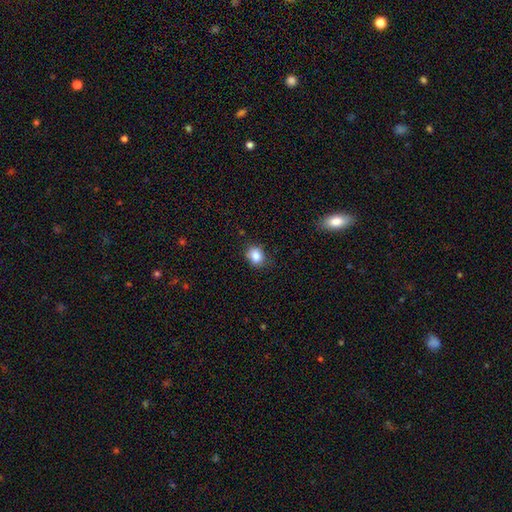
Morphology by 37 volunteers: Overall: smooth (86%). How rounded: round (53%; in between 47%). Merging: none (74%).